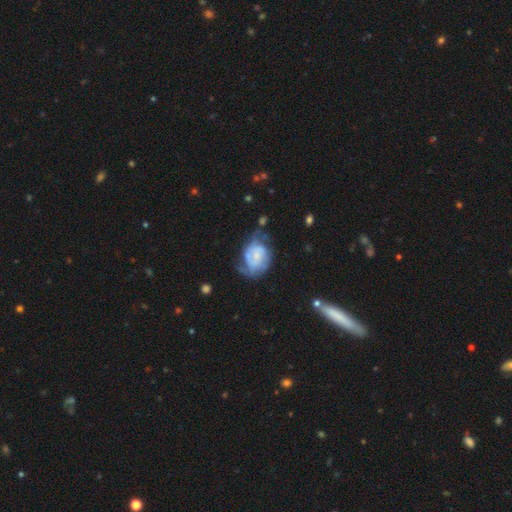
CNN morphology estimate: A featured or disk galaxy (63%) with no bar (69%), spiral arms (81%) and a small central bulge (50%). Merging: none (40%).